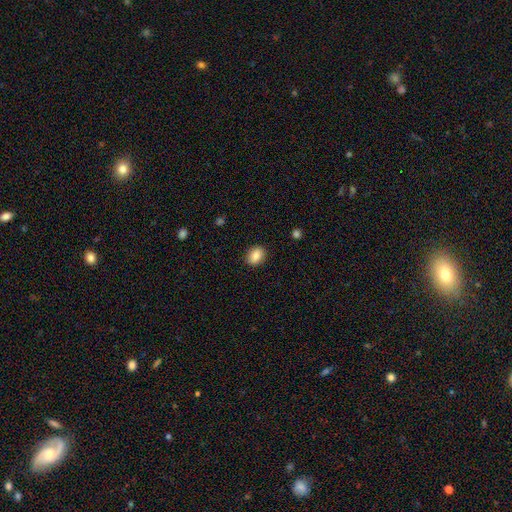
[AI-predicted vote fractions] Smooth or featured: smooth — 85% (star or artifact — 8%)
How rounded: in between — 59% (round — 40%)
Merging: none — 89% (minor disturbance — 8%)